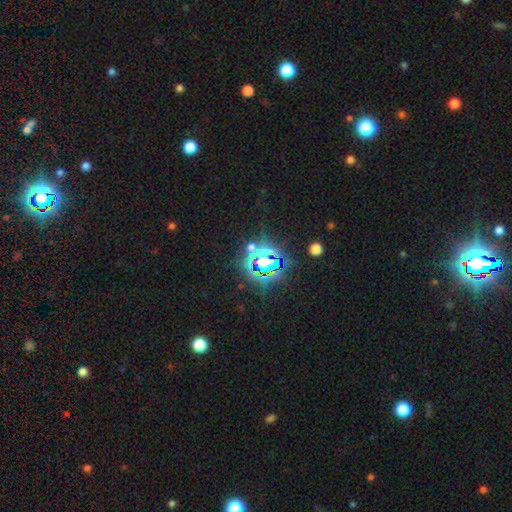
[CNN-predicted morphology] A star or artifact, not a galaxy (80%).

Vote fractions:
- Smooth or featured? star or artifact: 80% / smooth: 13% / featured or disk: 7%